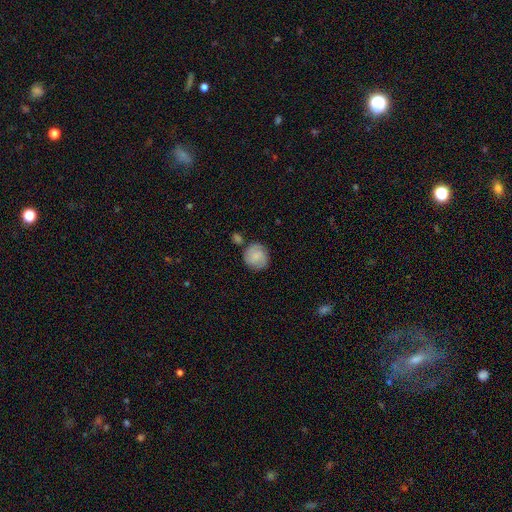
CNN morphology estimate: Smooth or featured: smooth — 64% (featured or disk — 29%)
How rounded: round — 87% (in between — 12%)
Merging: none — 71% (minor disturbance — 16%)